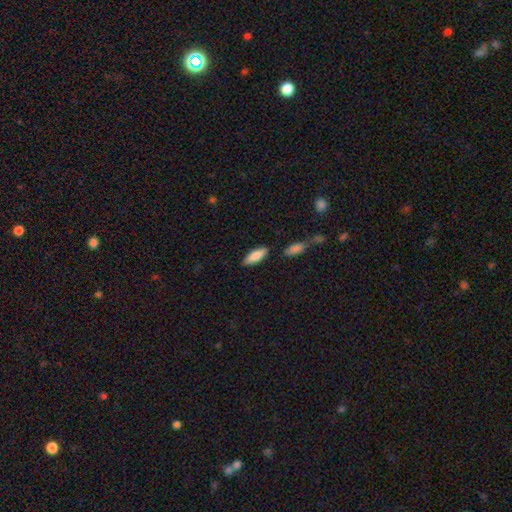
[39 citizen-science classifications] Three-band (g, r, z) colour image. It shows a smooth galaxy with no disk features (72%) that is in between round and cigar-shaped (61%). Merging: none (78%).